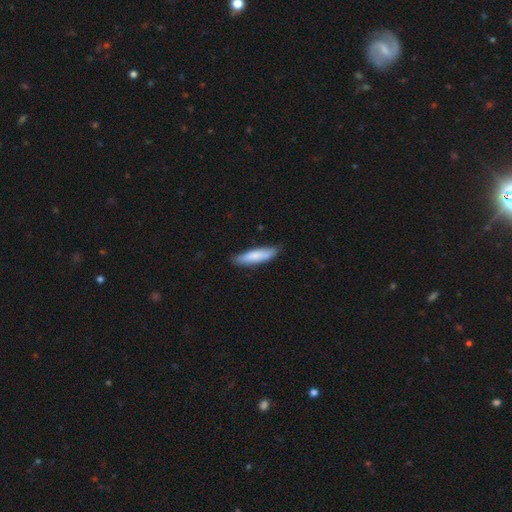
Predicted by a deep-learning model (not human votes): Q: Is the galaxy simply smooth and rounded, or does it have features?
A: smooth — 82%.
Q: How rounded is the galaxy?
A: cigar-shaped — 70%.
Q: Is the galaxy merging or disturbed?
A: none — 81%.